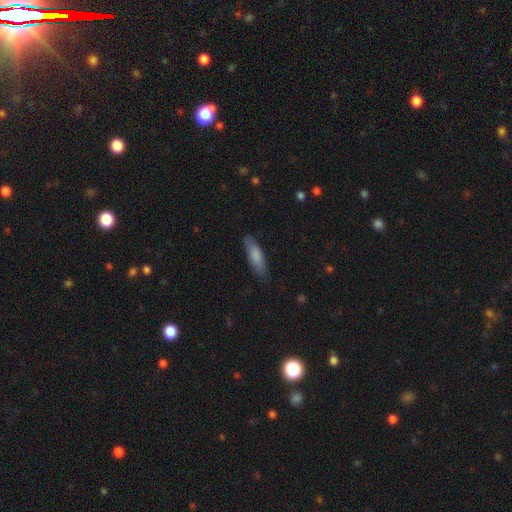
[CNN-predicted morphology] A smooth galaxy with no disk features (79%) that is cigar-shaped (58%).

Vote fractions:
- Smooth or featured? smooth: 79% / featured or disk: 16% / star or artifact: 5%
- How rounded? cigar-shaped: 58% / in between: 40% / round: 2%
- Merging? none: 82% / minor disturbance: 14% / major disturbance: 3% / merger: 1%